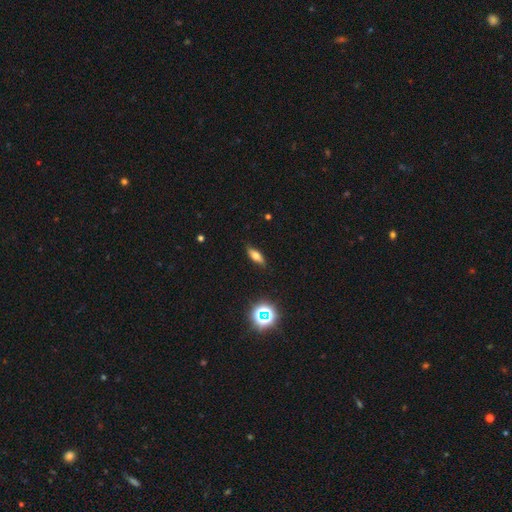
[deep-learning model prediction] This appears to be a smooth galaxy with no disk features (60%) that is in between round and cigar-shaped (61%). Merging: none (85%).